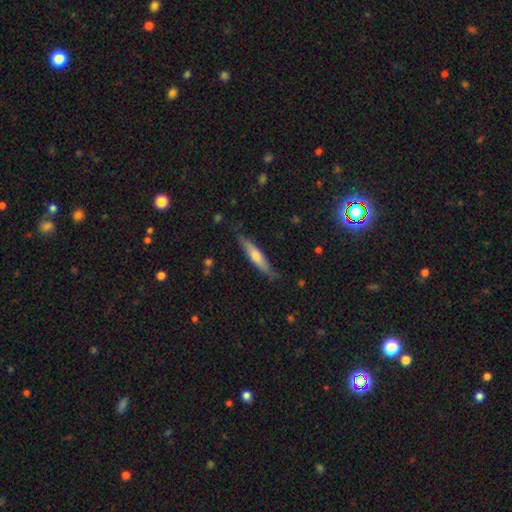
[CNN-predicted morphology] The model was most divided on "smooth or featured": smooth: 54%, featured or disk: 40%, star or artifact: 6%. More confident: how rounded — cigar-shaped (85%); merging — none (77%).